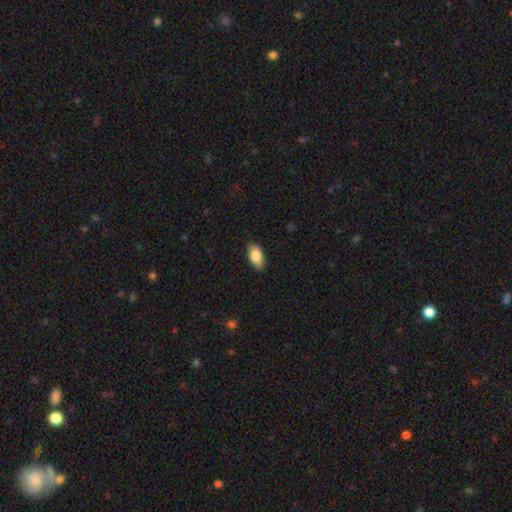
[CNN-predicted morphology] This appears to be a smooth galaxy with no disk features (84%) that is in between round and cigar-shaped (93%). Merging: none (87%).